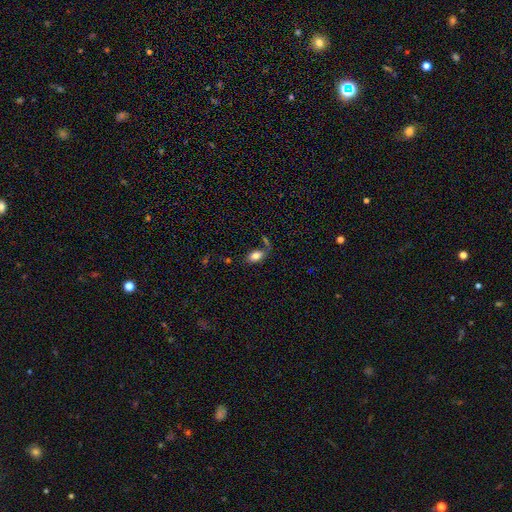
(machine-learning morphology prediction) Overall: smooth (80%). How rounded: in between (90%). Merging: none (56%; minor disturbance 17%).